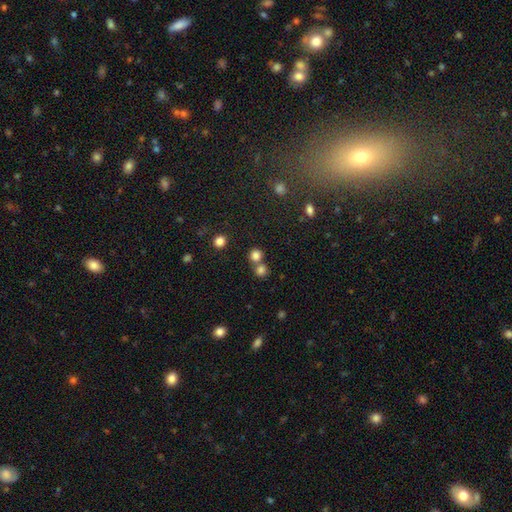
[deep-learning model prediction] A smooth galaxy with no disk features (79%) that is round (88%).

Vote fractions:
- Smooth or featured? smooth: 79% / star or artifact: 15% / featured or disk: 6%
- How rounded? round: 88% / in between: 11% / cigar-shaped: 1%
- Merging? none: 56% / merger: 35% / minor disturbance: 6% / major disturbance: 3%